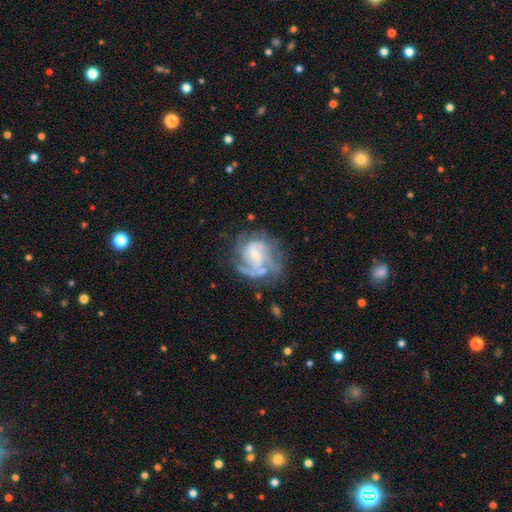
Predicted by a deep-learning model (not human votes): A featured or disk galaxy (80%) with a weak bar (47%), medium (43%) spiral arms (85%) and a small central bulge (57%). Merging: none (50%).